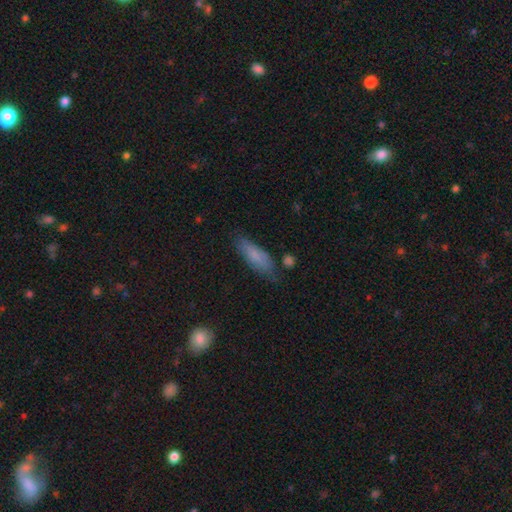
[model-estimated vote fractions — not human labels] A smooth galaxy with no disk features (75%) that is cigar-shaped (49%, tied with in between).

Vote fractions:
- Smooth or featured? smooth: 75% / featured or disk: 17% / star or artifact: 7%
- How rounded? cigar-shaped: 49% (tied) / in between: 49% (tied) / round: 2%
- Merging? none: 66% / minor disturbance: 24% / major disturbance: 6% / merger: 4%